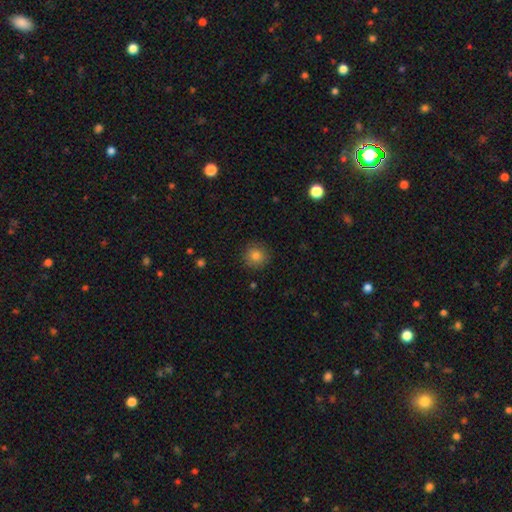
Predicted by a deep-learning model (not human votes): Smooth or featured? smooth (82%)
How rounded? round (94%)
Merging? none (89%)